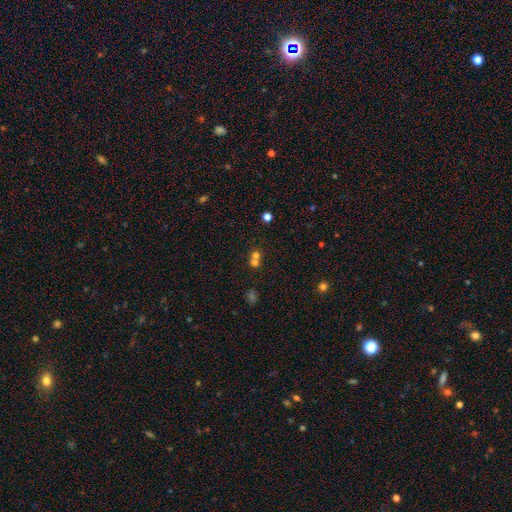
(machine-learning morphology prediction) A smooth galaxy with no disk features (67%) that is round (82%).

Vote fractions:
- Smooth or featured? smooth: 67% / star or artifact: 19% / featured or disk: 15%
- How rounded? round: 82% / in between: 17% / cigar-shaped: 1%
- Merging? merger: 57% / none: 35% / minor disturbance: 5% / major disturbance: 2%